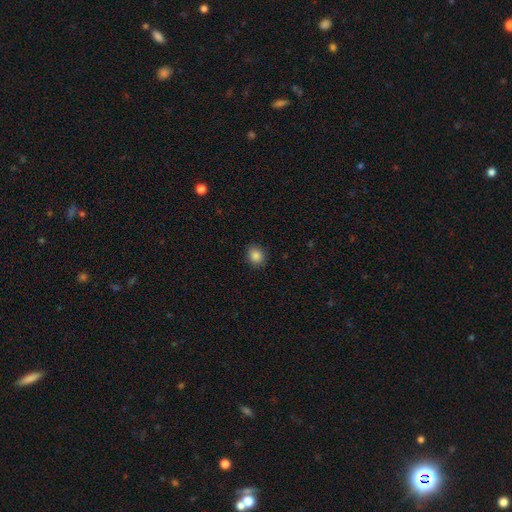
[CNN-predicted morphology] Q: Smooth or featured?
A: smooth (86%); runner-up: star or artifact (10%)
Q: How rounded?
A: round (68%); runner-up: in between (31%)
Q: Merging?
A: none (89%); runner-up: minor disturbance (8%)